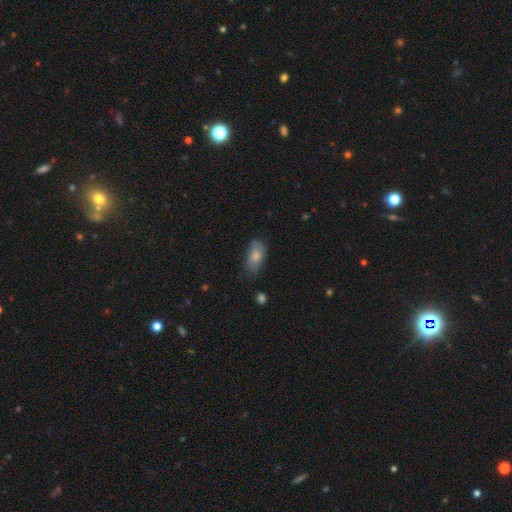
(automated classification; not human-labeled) A smooth galaxy with no disk features (77%) that is in between round and cigar-shaped (90%). Merging: none (56%).